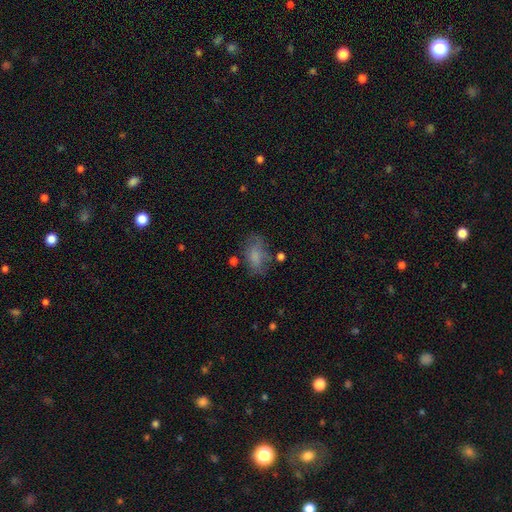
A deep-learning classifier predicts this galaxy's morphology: Smooth or featured? smooth (69%)
How rounded? in between (85%)
Merging? none (49%)